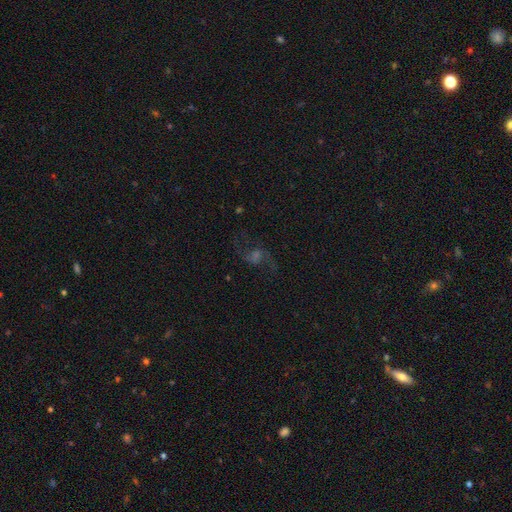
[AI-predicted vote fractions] Q: Smooth or featured?
A: featured or disk (64%); runner-up: star or artifact (21%)
Q: Edge-on disk?
A: no (96%); runner-up: yes (4%)
Q: Bar?
A: no (52%); runner-up: weak (38%)
Q: Spiral arms?
A: yes (92%); runner-up: no (8%)
Q: Spiral winding?
A: loose (71%); runner-up: medium (24%)
Q: Spiral arm count?
A: 2 (90%); runner-up: can't tell (4%)
Q: Bulge size?
A: moderate (35%); runner-up: small (31%)
Q: Merging?
A: none (71%); runner-up: major disturbance (14%)